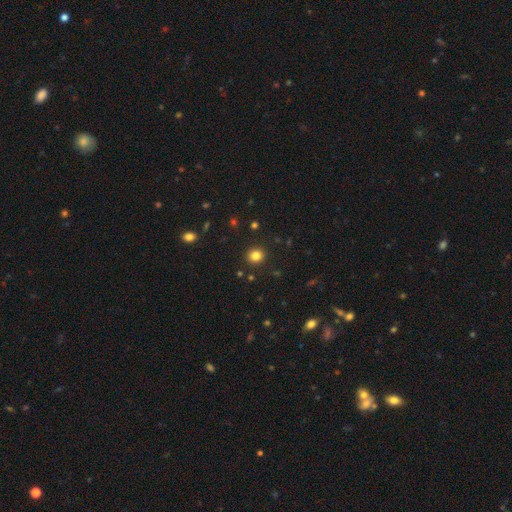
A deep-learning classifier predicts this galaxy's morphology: Smooth or featured? smooth (82%)
How rounded? round (87%)
Merging? none (91%)